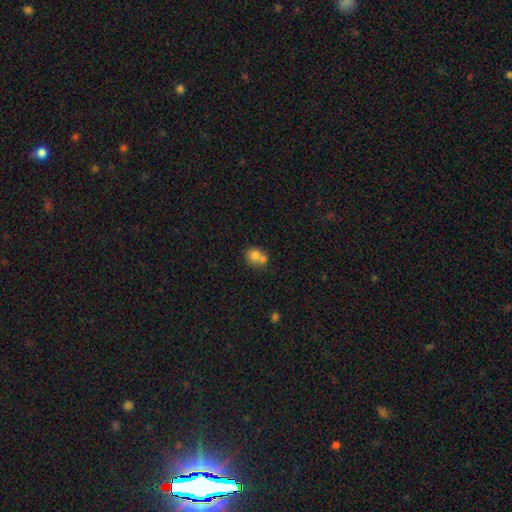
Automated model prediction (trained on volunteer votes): smooth 74%, featured or disk 15%, star or artifact 10%. Down the decision tree: how rounded — round (68%); merging — merger (48%).